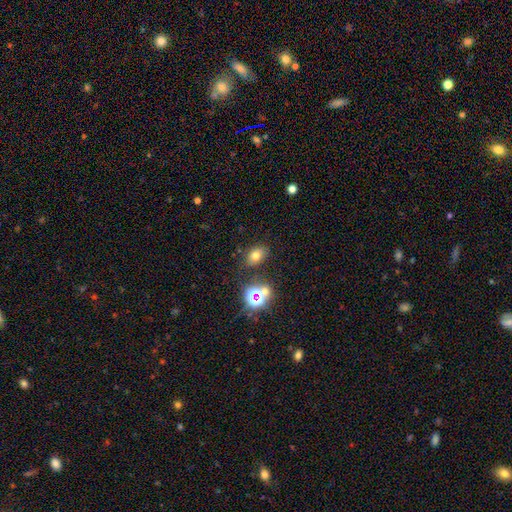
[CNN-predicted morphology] smooth 67%, star or artifact 20%, featured or disk 12%. Down the decision tree: how rounded — in between (74%); merging — none (79%).